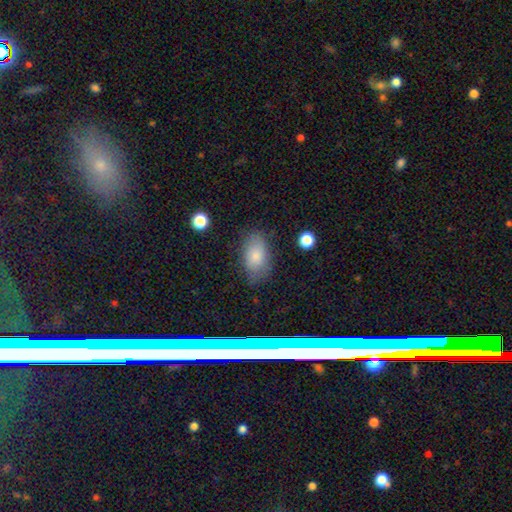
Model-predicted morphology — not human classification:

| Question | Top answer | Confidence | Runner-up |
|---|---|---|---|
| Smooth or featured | smooth | 80% | featured or disk (11%) |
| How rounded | in between | 91% | round (6%) |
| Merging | none | 75% | minor disturbance (18%) |